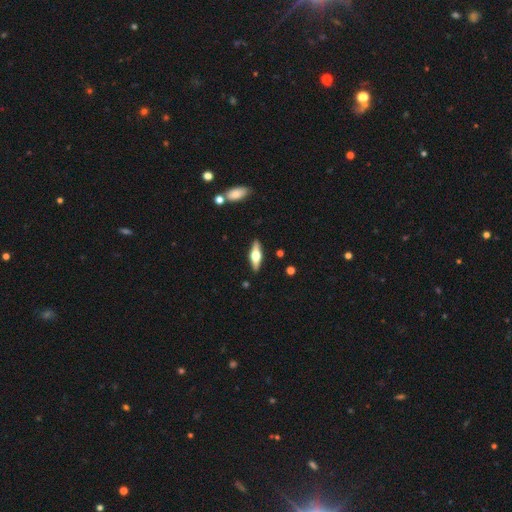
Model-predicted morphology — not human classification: Overall: featured or disk (58%; smooth 36%). Edge-on disk: yes (93%). Edge-on bulge: rounded (95%). Merging: none (89%).